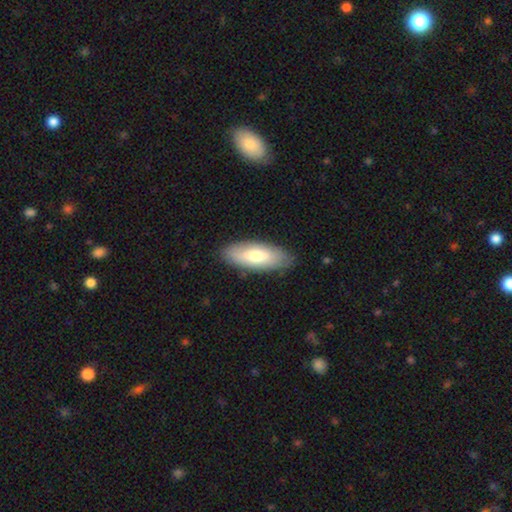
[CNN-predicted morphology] type=smooth (70%); roundness=in between (75%); merging=none (86%).